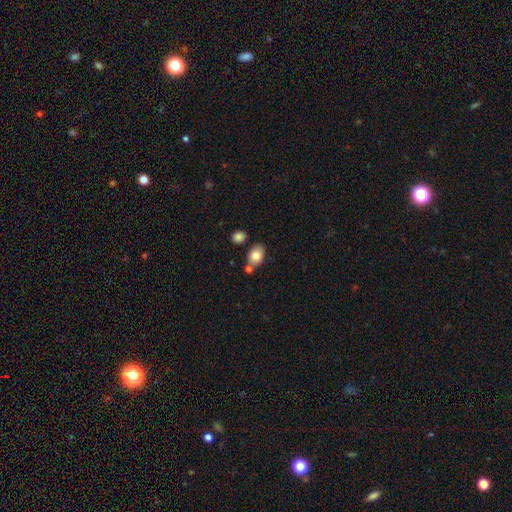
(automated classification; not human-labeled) This appears to be a smooth galaxy with no disk features (80%) that is in between round and cigar-shaped (78%). Merging: none (69%).